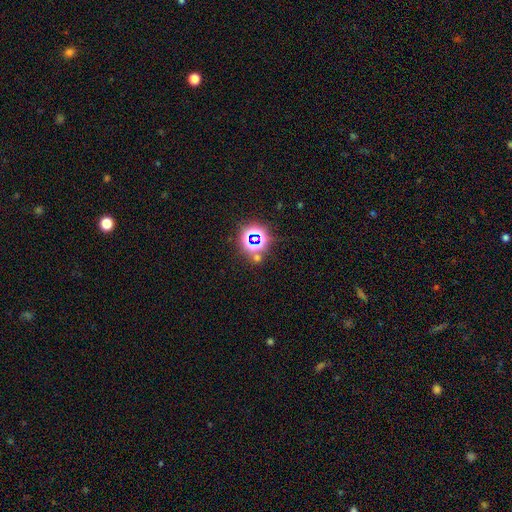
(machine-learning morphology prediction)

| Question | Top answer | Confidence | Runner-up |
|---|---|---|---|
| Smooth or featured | star or artifact | 73% | smooth (18%) |